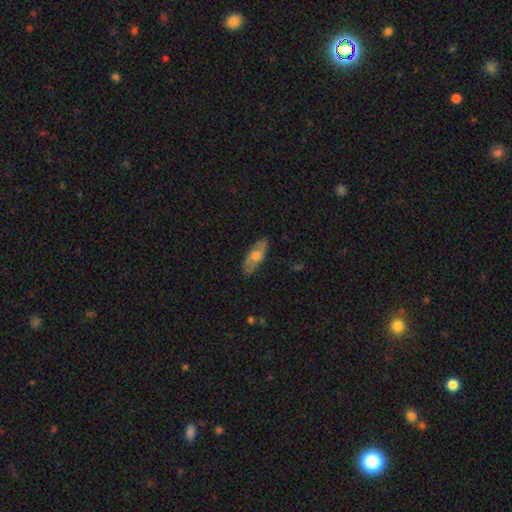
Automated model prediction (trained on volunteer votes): smooth 52%, featured or disk 42%, star or artifact 6%. Down the decision tree: how rounded — in between (76%); merging — none (83%).